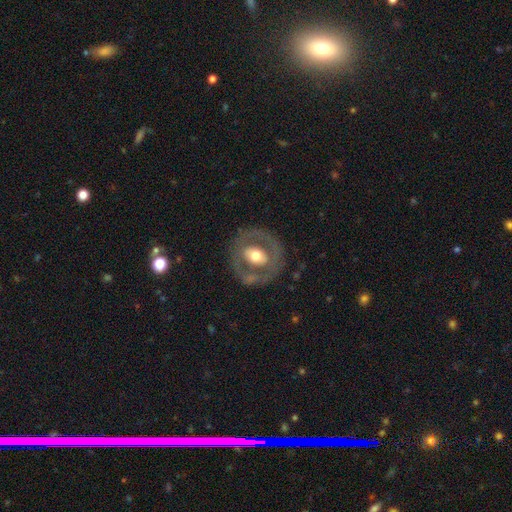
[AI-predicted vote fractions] Smooth or featured? featured or disk (61%)
Edge-on disk? no (95%)
Bar? no (61%)
Spiral arms? no (79%)
Bulge size? moderate (63%)
Merging? none (75%)